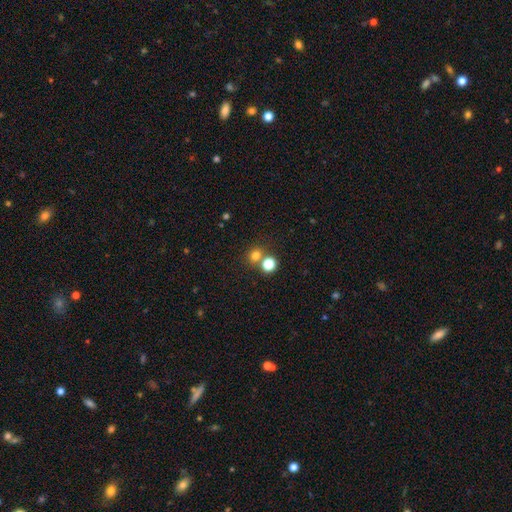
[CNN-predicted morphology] This appears to be a smooth galaxy with no disk features (74%) that is round (76%). Merging: none (61%).